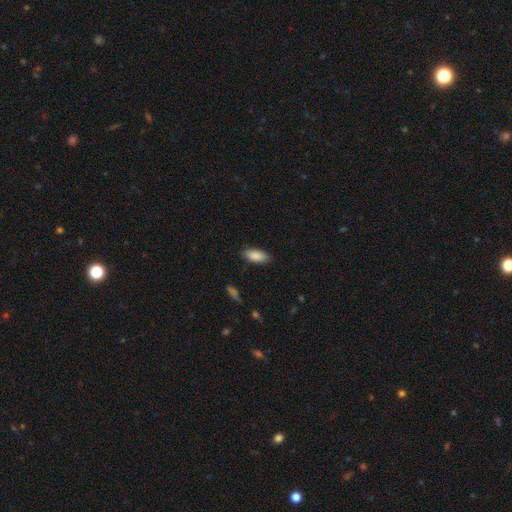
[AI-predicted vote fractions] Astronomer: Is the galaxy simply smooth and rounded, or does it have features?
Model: smooth — 88%.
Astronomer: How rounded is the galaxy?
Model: in between — 89%.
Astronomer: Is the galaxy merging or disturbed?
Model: none — 86%.